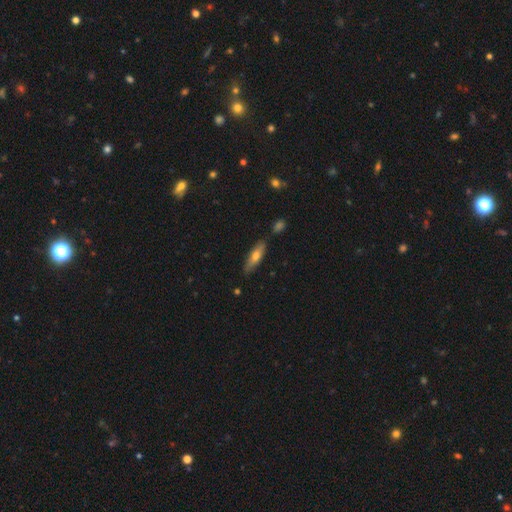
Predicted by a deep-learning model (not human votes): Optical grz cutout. It shows a smooth galaxy with no disk features (59%) that is cigar-shaped (63%). Merging: none (80%).